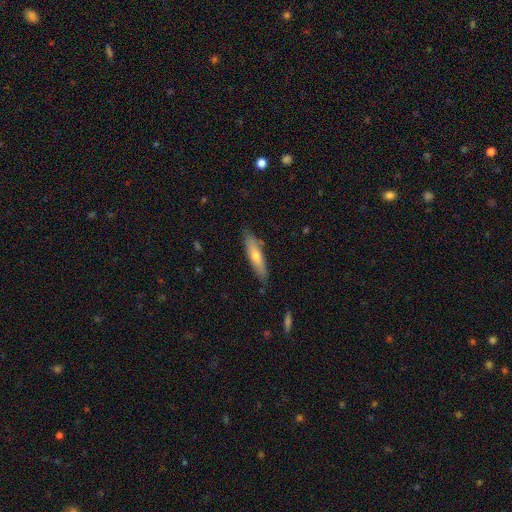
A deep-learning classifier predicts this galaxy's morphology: smooth-or-featured: smooth: 50% | featured or disk: 44% | star or artifact: 7%
  merging: none: 84% | minor disturbance: 13% | major disturbance: 2% | merger: 2%